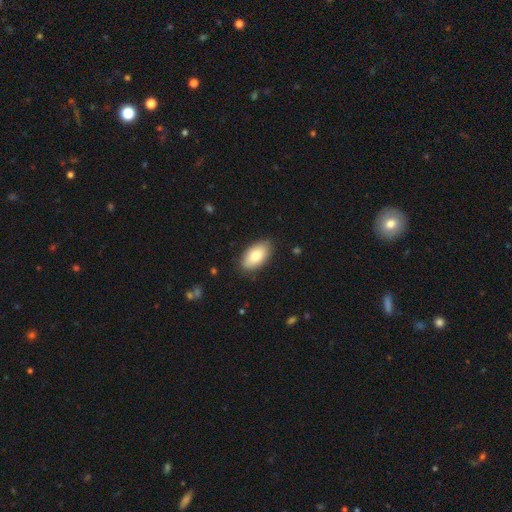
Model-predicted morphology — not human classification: The model was most divided on "smooth or featured": smooth: 79%, featured or disk: 15%, star or artifact: 6%. More confident: how rounded — in between (94%); merging — none (86%).